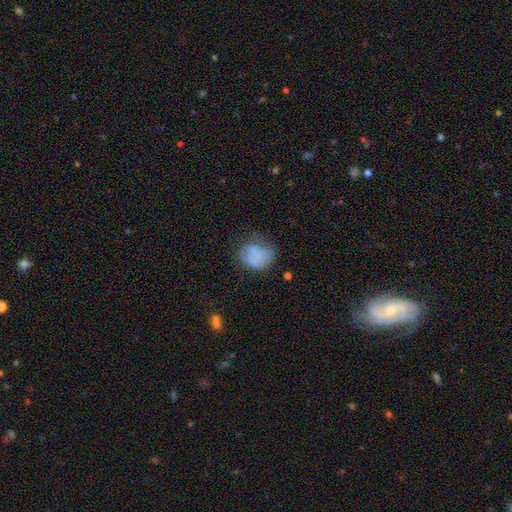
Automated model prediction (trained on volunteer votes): The model was most divided on "how rounded": round: 53%, in between: 46%, cigar-shaped: 1%. Remaining: smooth or featured — smooth (66%); merging — none (38%).